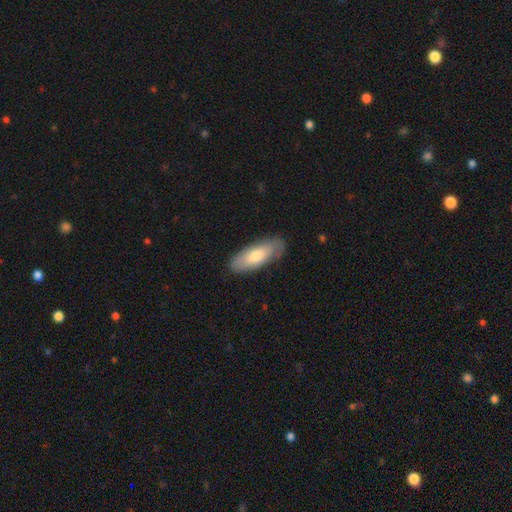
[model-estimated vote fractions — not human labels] Smooth or featured?
  - smooth: 68% *
  - featured or disk: 26%
  - star or artifact: 6%
How rounded?
  - in between: 73% *
  - cigar-shaped: 25%
  - round: 2%
Merging?
  - none: 82% *
  - minor disturbance: 14%
  - major disturbance: 3%
  - merger: 1%